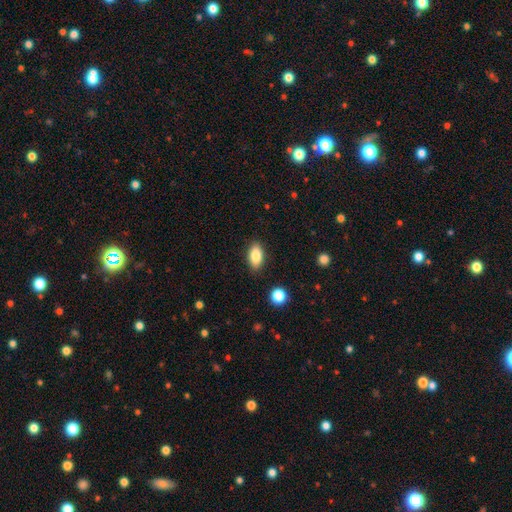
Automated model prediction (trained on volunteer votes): Smooth or featured? smooth (85%)
How rounded? in between (90%)
Merging? none (88%)